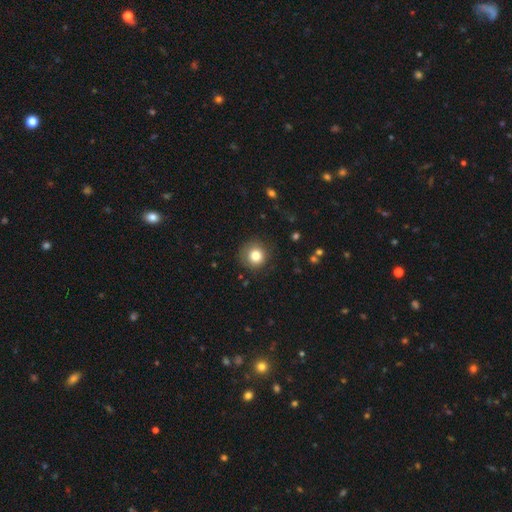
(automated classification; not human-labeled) This is clearly a smooth galaxy (82%). How rounded: clearly round (93%). Merging: clearly none (84%).